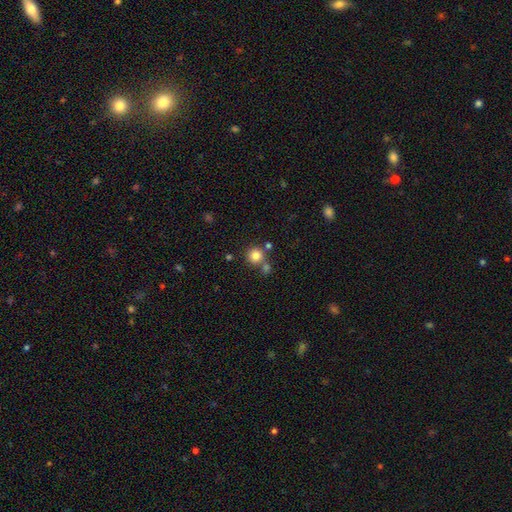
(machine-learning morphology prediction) smooth-or-featured: smooth: 83% | star or artifact: 11% | featured or disk: 6%
  how-rounded: round: 93% | in between: 6% | cigar-shaped: 1%
  merging: none: 69% | merger: 19% | minor disturbance: 8% | major disturbance: 3%